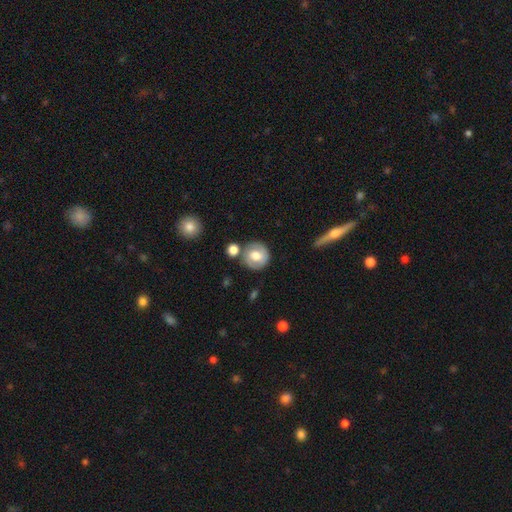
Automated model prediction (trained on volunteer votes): smooth_or_featured: smooth (p=0.57) [alt: featured or disk p=0.36]
how_rounded: round (p=0.88) [alt: in between p=0.11]
merging: none (p=0.72) [alt: minor disturbance p=0.13]